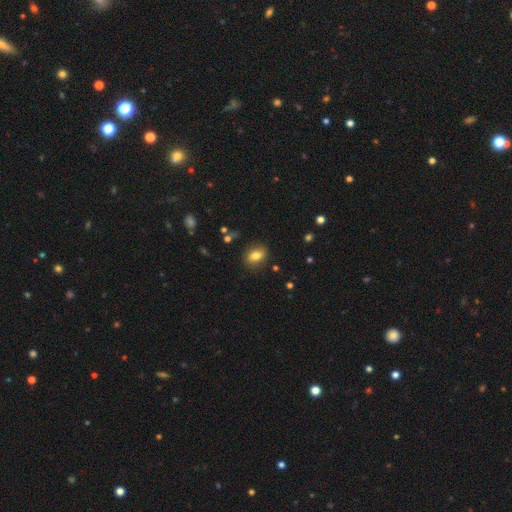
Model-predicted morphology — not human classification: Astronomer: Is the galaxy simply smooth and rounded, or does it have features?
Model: smooth — 77%.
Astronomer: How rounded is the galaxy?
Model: in between — 70%.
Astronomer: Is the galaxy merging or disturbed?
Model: none — 82%.